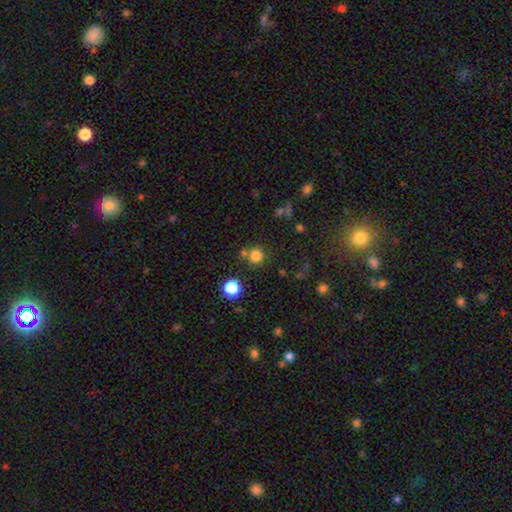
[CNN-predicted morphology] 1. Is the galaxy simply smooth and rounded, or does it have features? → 78% smooth, 16% star or artifact, 6% featured or disk.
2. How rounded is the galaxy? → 93% round, 6% in between, 1% cigar-shaped.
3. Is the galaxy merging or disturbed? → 74% none, 15% merger, 8% minor disturbance, 3% major disturbance.